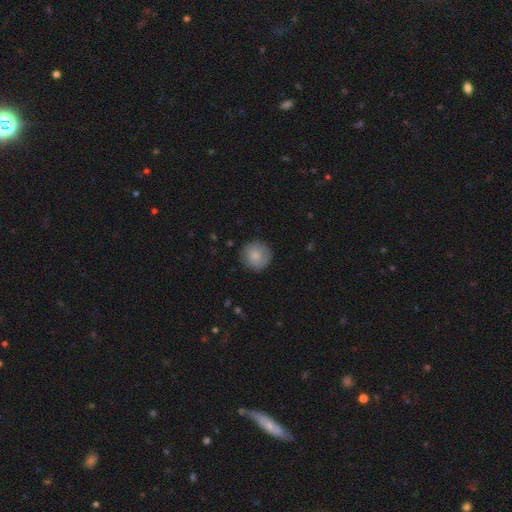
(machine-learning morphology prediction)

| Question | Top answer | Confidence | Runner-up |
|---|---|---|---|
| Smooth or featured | smooth | 81% | featured or disk (12%) |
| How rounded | round | 94% | in between (5%) |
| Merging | none | 85% | minor disturbance (11%) |